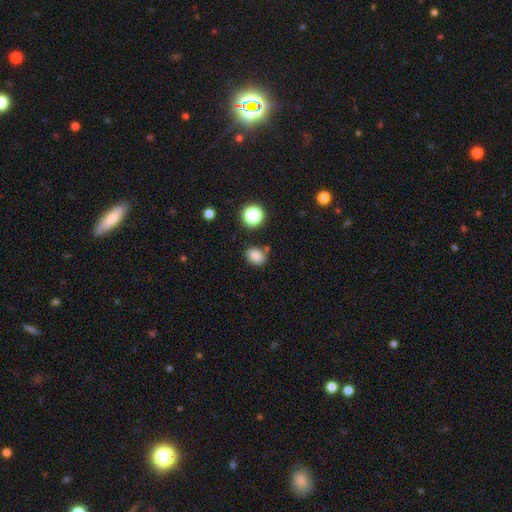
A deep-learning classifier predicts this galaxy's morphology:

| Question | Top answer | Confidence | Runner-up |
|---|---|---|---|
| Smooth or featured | smooth | 82% | star or artifact (13%) |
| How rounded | in between | 58% | round (41%) |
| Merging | none | 77% | minor disturbance (14%) |